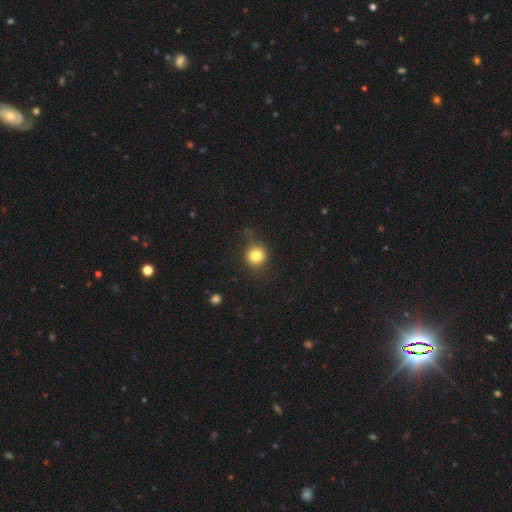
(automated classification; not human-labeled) A smooth galaxy with no disk features (80%) that is round (90%).

Vote fractions:
- Smooth or featured? smooth: 80% / star or artifact: 12% / featured or disk: 8%
- How rounded? round: 90% / in between: 9% / cigar-shaped: 1%
- Merging? none: 72% / minor disturbance: 19% / major disturbance: 7% / merger: 2%